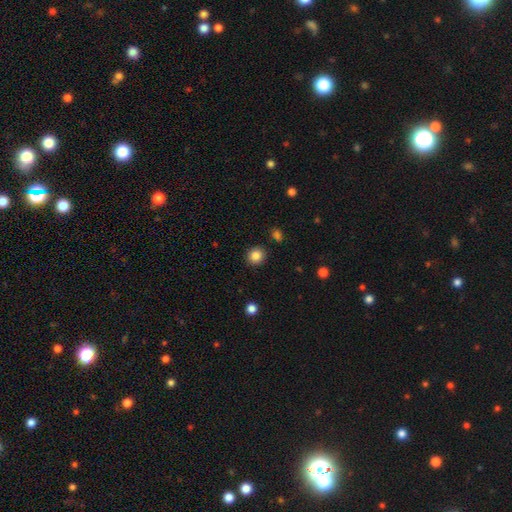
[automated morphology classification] This appears to be a smooth galaxy with no disk features (85%) that is round (90%). Merging: none (91%).